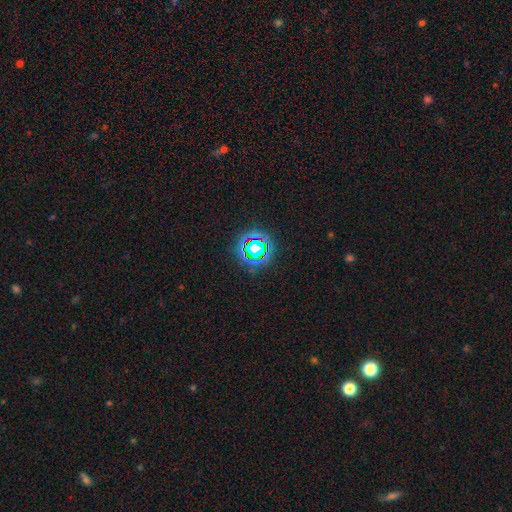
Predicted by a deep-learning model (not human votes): A star or artifact, not a galaxy (77%).